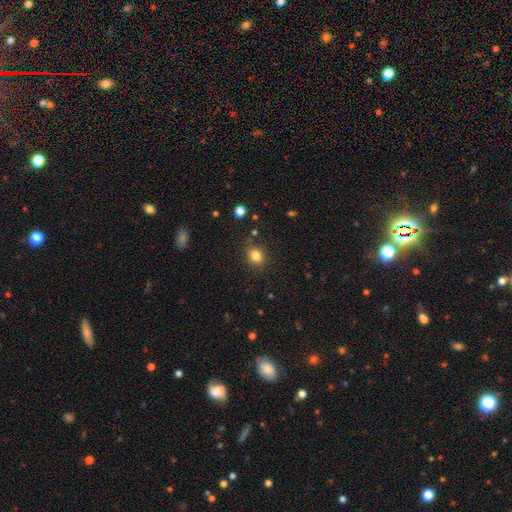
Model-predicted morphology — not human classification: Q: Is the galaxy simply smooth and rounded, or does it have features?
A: smooth — 82%.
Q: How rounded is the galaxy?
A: round — 66%.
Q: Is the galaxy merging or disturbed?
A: none — 84%.